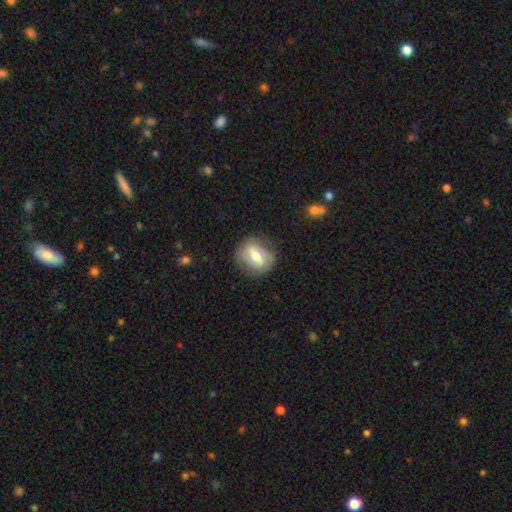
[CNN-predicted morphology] type=smooth (53%); roundness=round (67%); merging=none (78%).